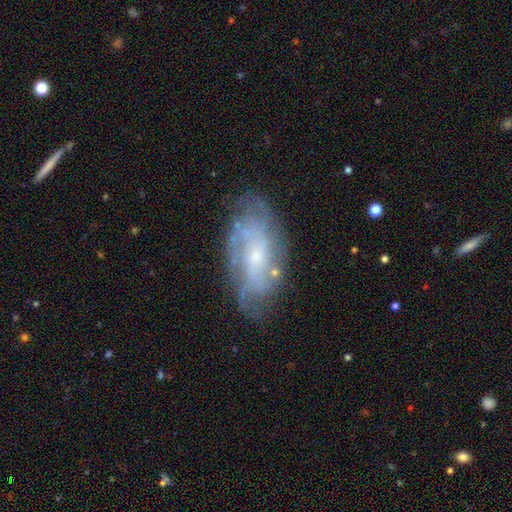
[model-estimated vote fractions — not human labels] Q: Smooth or featured?
A: featured or disk (74%); runner-up: smooth (18%)
Q: Edge-on disk?
A: no (92%); runner-up: yes (8%)
Q: Bar?
A: no (67%); runner-up: weak (28%)
Q: Spiral arms?
A: yes (83%); runner-up: no (17%)
Q: Spiral winding?
A: tight (51%); runner-up: medium (35%)
Q: Spiral arm count?
A: can't tell (53%); runner-up: 2 (15%)
Q: Bulge size?
A: small (64%); runner-up: moderate (27%)
Q: Merging?
A: none (71%); runner-up: minor disturbance (20%)